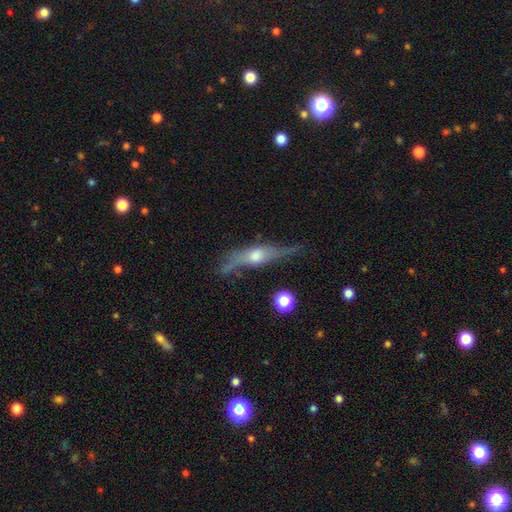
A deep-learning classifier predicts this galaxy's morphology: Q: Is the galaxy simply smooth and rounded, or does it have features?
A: featured or disk — 65%.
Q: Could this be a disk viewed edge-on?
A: yes — 86%.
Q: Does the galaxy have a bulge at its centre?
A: rounded — 90%.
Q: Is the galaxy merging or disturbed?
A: none — 64%.